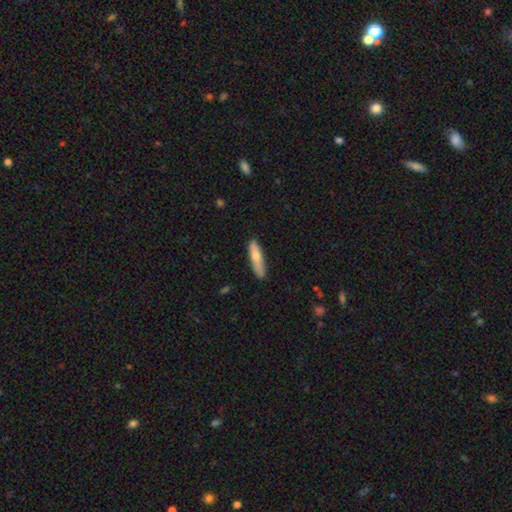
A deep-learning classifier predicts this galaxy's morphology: A smooth galaxy with no disk features (65%) that is cigar-shaped (81%).

Vote fractions:
- Smooth or featured? smooth: 65% / featured or disk: 29% / star or artifact: 6%
- How rounded? cigar-shaped: 81% / in between: 18% / round: 2%
- Merging? none: 84% / minor disturbance: 13% / major disturbance: 2% / merger: 1%